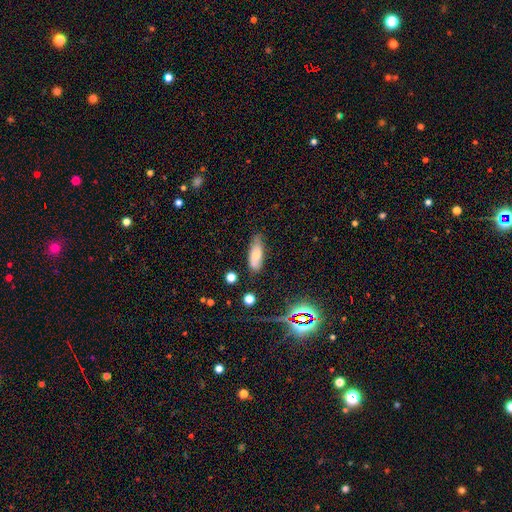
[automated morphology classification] Smooth or featured? Predicted: smooth (p=0.73). How rounded? Predicted: in between (p=0.69). Merging? Predicted: none (p=0.69).